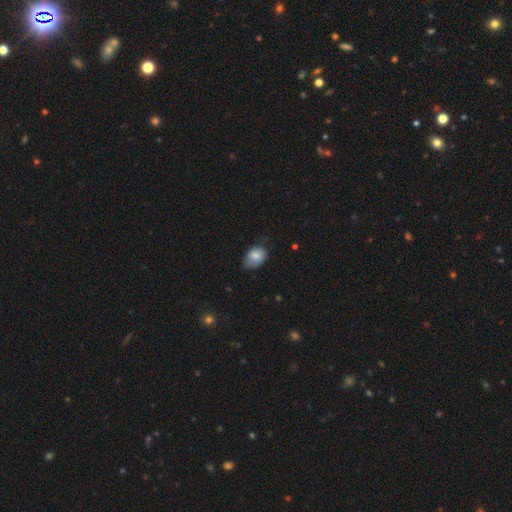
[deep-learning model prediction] Smooth or featured?
  - smooth: 79% *
  - featured or disk: 13%
  - star or artifact: 8%
How rounded?
  - in between: 69% *
  - round: 29%
  - cigar-shaped: 1%
Merging?
  - none: 48% *
  - minor disturbance: 41%
  - major disturbance: 10%
  - merger: 2%